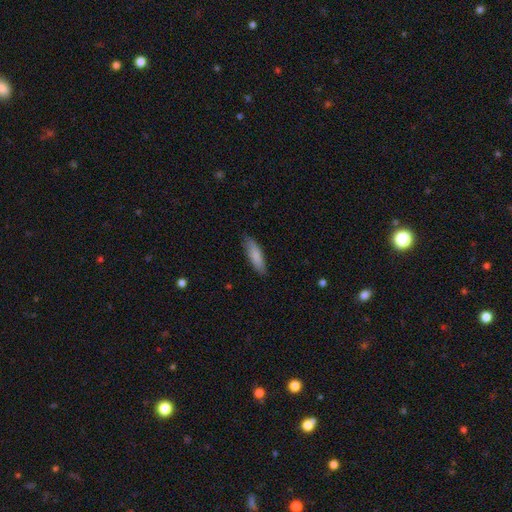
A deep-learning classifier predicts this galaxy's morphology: Q: Smooth or featured?
A: smooth (83%); runner-up: featured or disk (11%)
Q: How rounded?
A: cigar-shaped (60%); runner-up: in between (39%)
Q: Merging?
A: none (84%); runner-up: minor disturbance (12%)